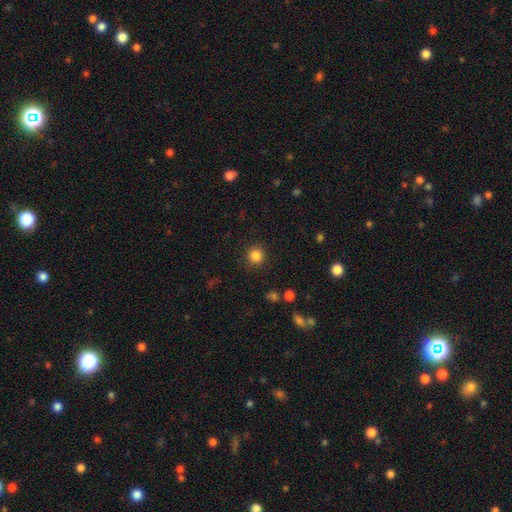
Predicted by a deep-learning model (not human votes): smooth-or-featured: smooth: 84% | star or artifact: 12% | featured or disk: 4%
  how-rounded: round: 94% | in between: 5% | cigar-shaped: 1%
  merging: none: 90% | minor disturbance: 6% | major disturbance: 2% | merger: 1%